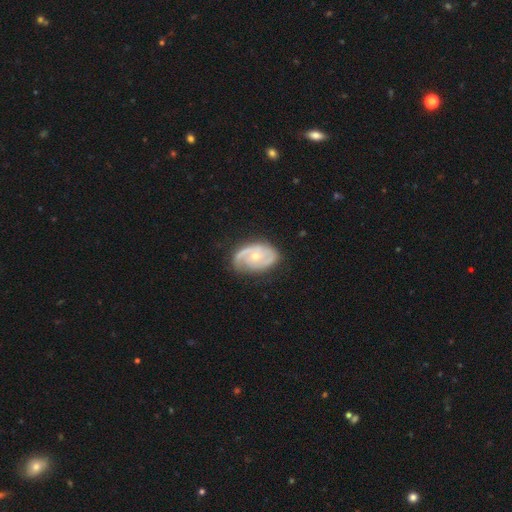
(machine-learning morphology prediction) Smooth or featured? Predicted: featured or disk (p=0.80). Edge-on disk? Predicted: no (p=0.96). Bar? Predicted: no (p=0.70). Spiral arms? Predicted: yes (p=0.88). Spiral winding? Predicted: tight (p=0.45). Spiral arm count? Predicted: 2 (p=0.52). Bulge size? Predicted: moderate (p=0.58). Merging? Predicted: none (p=0.67).